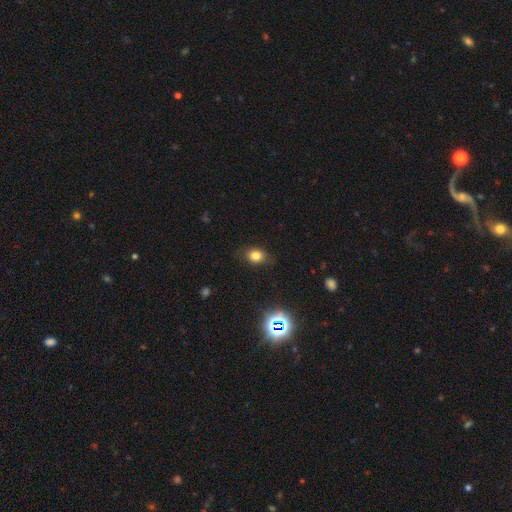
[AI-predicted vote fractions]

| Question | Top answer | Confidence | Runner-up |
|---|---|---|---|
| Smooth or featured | smooth | 77% | star or artifact (15%) |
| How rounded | in between | 58% | round (41%) |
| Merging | none | 79% | minor disturbance (15%) |